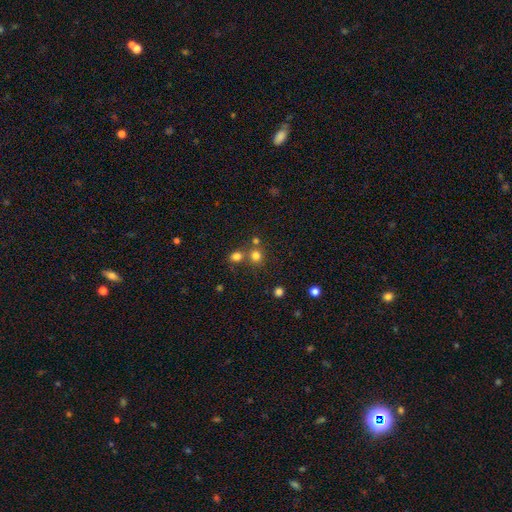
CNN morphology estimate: Smooth or featured?
  - smooth: 76% *
  - star or artifact: 17%
  - featured or disk: 7%
How rounded?
  - round: 85% *
  - in between: 14%
  - cigar-shaped: 1%
Merging?
  - none: 60% *
  - merger: 29%
  - minor disturbance: 8%
  - major disturbance: 3%